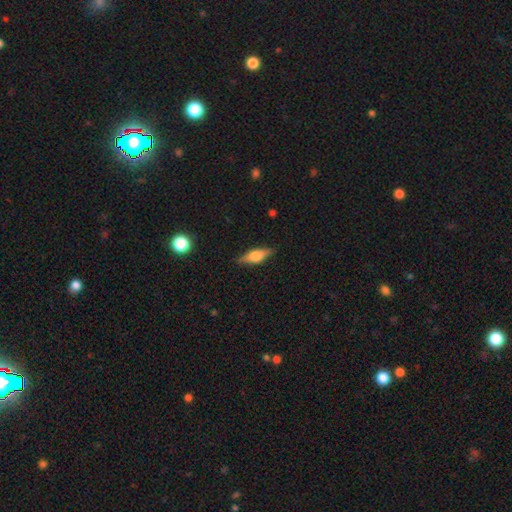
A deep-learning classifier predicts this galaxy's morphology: Smooth or featured?
  - featured or disk: 47% *
  - smooth: 45%
  - star or artifact: 7%
Merging?
  - none: 86% *
  - minor disturbance: 11%
  - major disturbance: 2%
  - merger: 1%